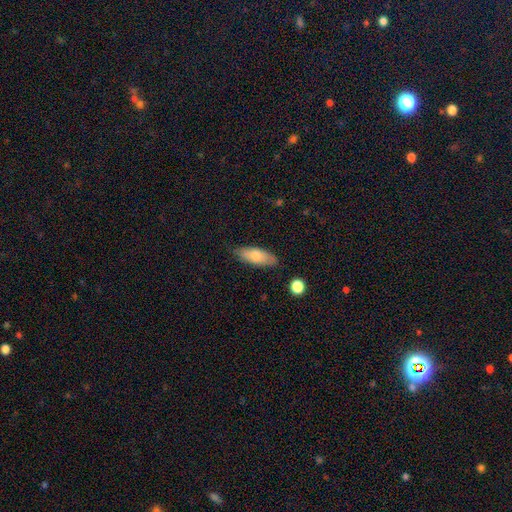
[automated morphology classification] Q: Smooth or featured?
A: smooth (74%); runner-up: featured or disk (20%)
Q: How rounded?
A: in between (74%); runner-up: cigar-shaped (24%)
Q: Merging?
A: none (78%); runner-up: minor disturbance (17%)